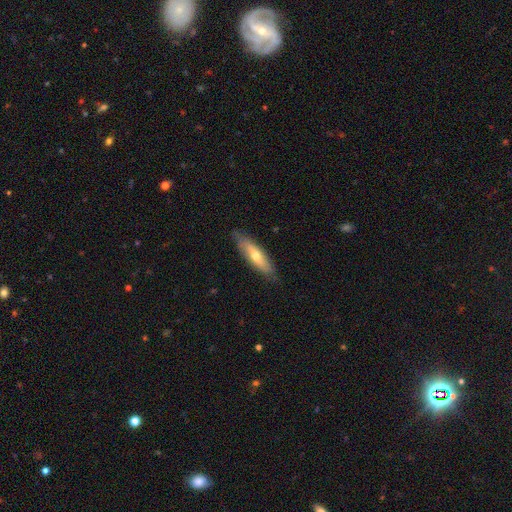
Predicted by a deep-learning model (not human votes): Smooth or featured?
  - smooth: 51% *
  - featured or disk: 43%
  - star or artifact: 6%
How rounded?
  - cigar-shaped: 66% *
  - in between: 32%
  - round: 2%
Merging?
  - none: 82% *
  - minor disturbance: 14%
  - major disturbance: 2%
  - merger: 1%